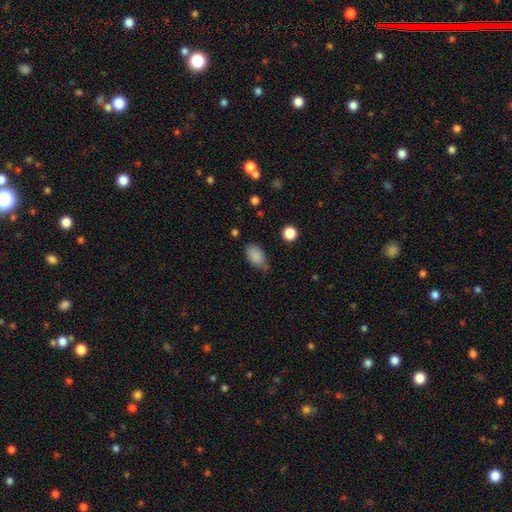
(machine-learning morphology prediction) Smooth or featured? smooth (86%)
How rounded? in between (91%)
Merging? none (62%)